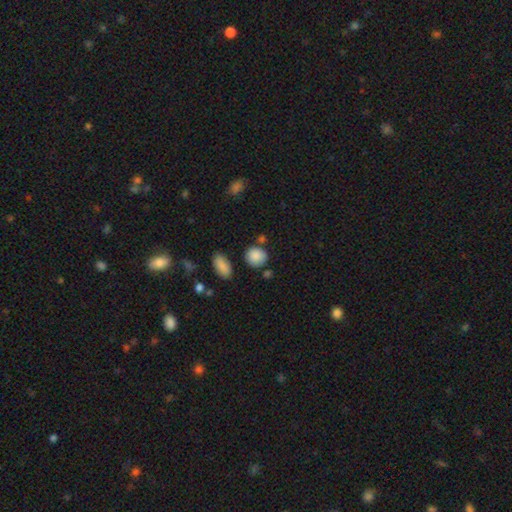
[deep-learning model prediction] A smooth galaxy with no disk features (87%) that is round (78%).

Vote fractions:
- Smooth or featured? smooth: 87% / star or artifact: 8% / featured or disk: 5%
- How rounded? round: 78% / in between: 21% / cigar-shaped: 1%
- Merging? none: 76% / minor disturbance: 13% / merger: 8% / major disturbance: 3%